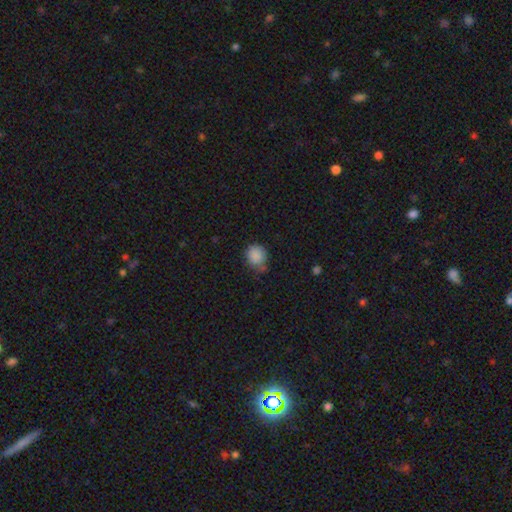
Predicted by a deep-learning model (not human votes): This appears to be a smooth galaxy with no disk features (87%) that is round (77%). Merging: none (65%).